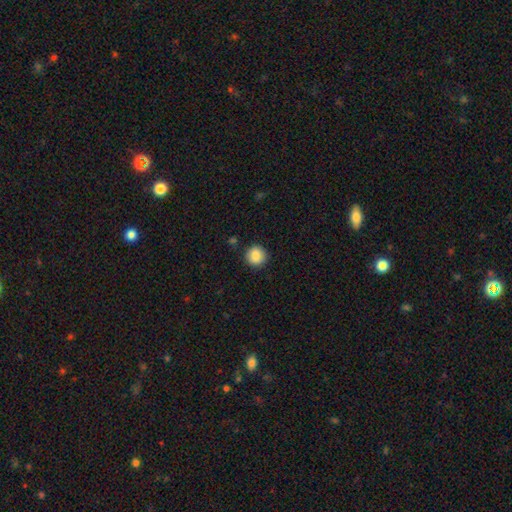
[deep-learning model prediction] Q: Smooth or featured?
A: smooth (88%); runner-up: star or artifact (8%)
Q: How rounded?
A: round (92%); runner-up: in between (7%)
Q: Merging?
A: none (90%); runner-up: minor disturbance (6%)